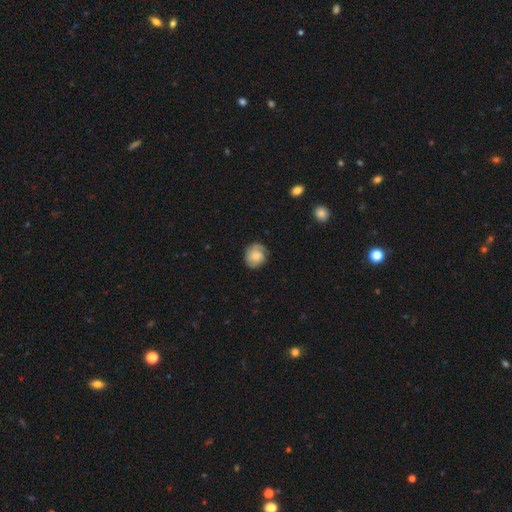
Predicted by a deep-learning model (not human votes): This appears to be a smooth galaxy with no disk features (53%) that is round (77%). Merging: none (72%).